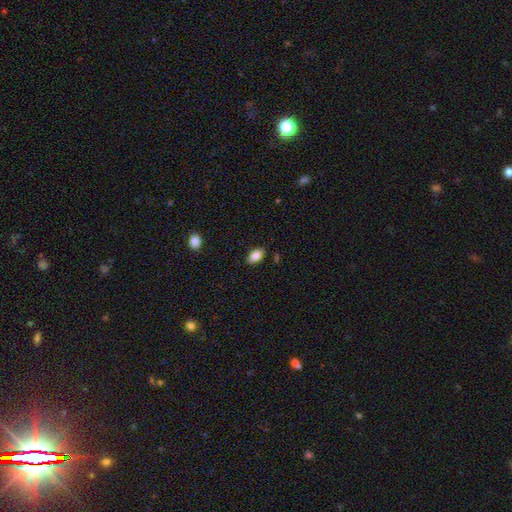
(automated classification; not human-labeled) Overall: smooth (85%). How rounded: in between (92%). Merging: none (85%).